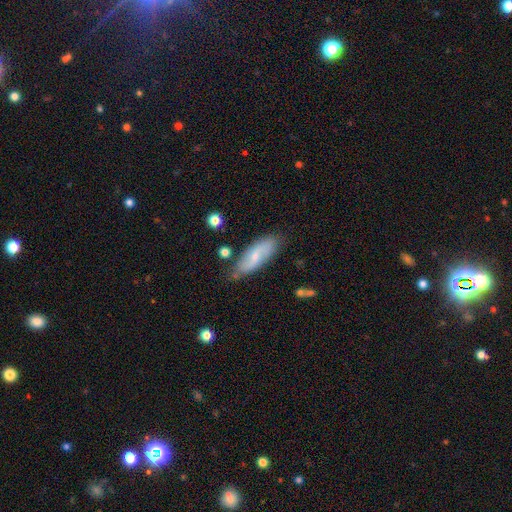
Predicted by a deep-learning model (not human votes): Morphology: type=smooth (49%); merging=none (76%).